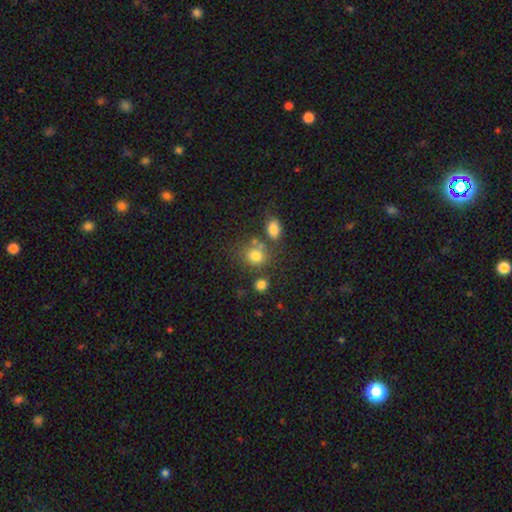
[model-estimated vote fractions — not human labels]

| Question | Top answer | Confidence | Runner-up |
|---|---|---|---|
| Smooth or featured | smooth | 78% | star or artifact (14%) |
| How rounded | round | 71% | in between (28%) |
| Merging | none | 62% | merger (19%) |